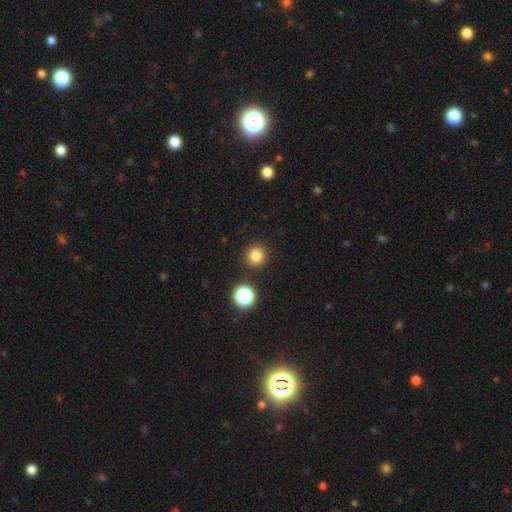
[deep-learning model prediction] Smooth or featured: smooth — 81% (star or artifact — 14%)
How rounded: round — 93% (in between — 6%)
Merging: none — 89% (minor disturbance — 6%)